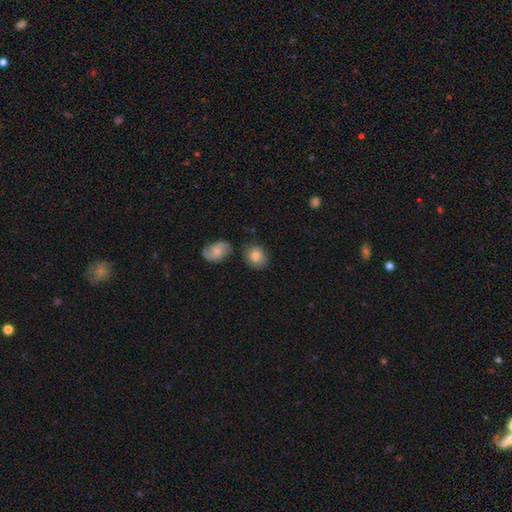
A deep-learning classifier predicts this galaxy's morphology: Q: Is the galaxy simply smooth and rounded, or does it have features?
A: smooth — 81%.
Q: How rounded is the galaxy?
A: round — 59%.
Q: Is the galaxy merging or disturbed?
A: none — 69%.